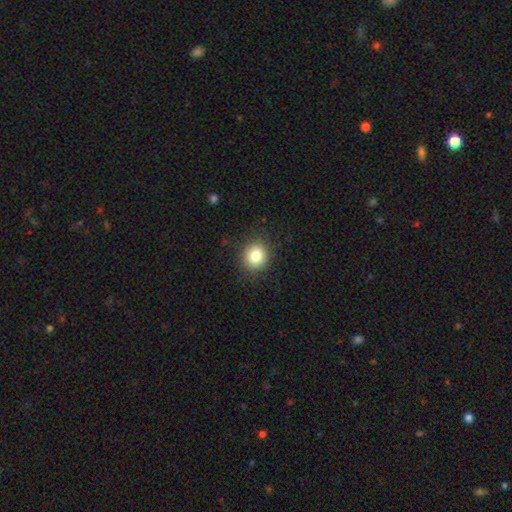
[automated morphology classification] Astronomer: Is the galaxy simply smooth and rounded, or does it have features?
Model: smooth — 83%.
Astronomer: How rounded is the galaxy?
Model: round — 79%.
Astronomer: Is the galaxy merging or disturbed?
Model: none — 88%.